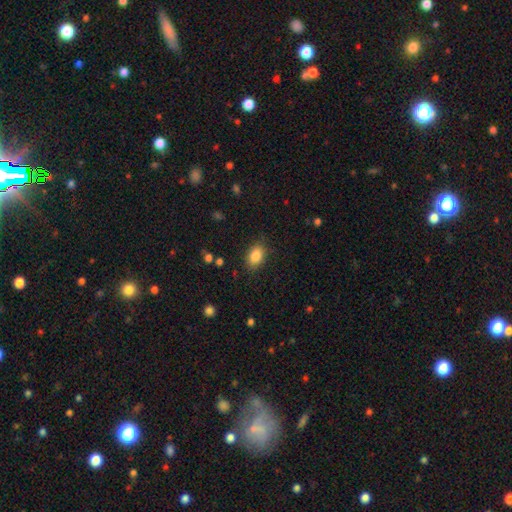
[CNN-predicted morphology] smooth-or-featured: smooth: 85% | star or artifact: 8% | featured or disk: 6%
  how-rounded: in between: 83% | round: 15% | cigar-shaped: 1%
  merging: none: 83% | minor disturbance: 12% | major disturbance: 3% | merger: 1%